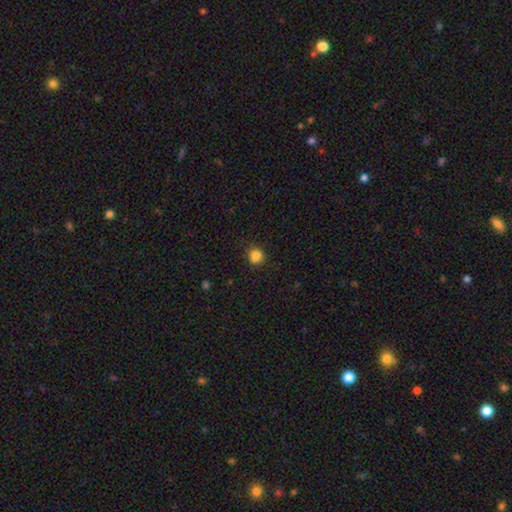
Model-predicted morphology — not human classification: Smooth or featured?
  - smooth: 84% *
  - star or artifact: 12%
  - featured or disk: 4%
How rounded?
  - round: 81% *
  - in between: 18%
  - cigar-shaped: 1%
Merging?
  - none: 83% *
  - minor disturbance: 12%
  - major disturbance: 3%
  - merger: 2%